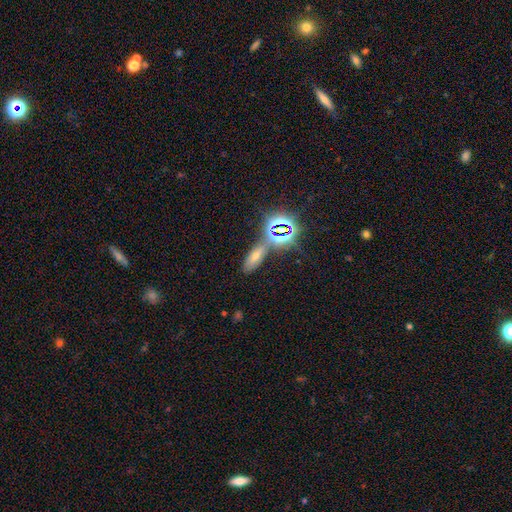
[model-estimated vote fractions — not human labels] Smooth or featured?
  - star or artifact: 46% *
  - smooth: 36%
  - featured or disk: 18%